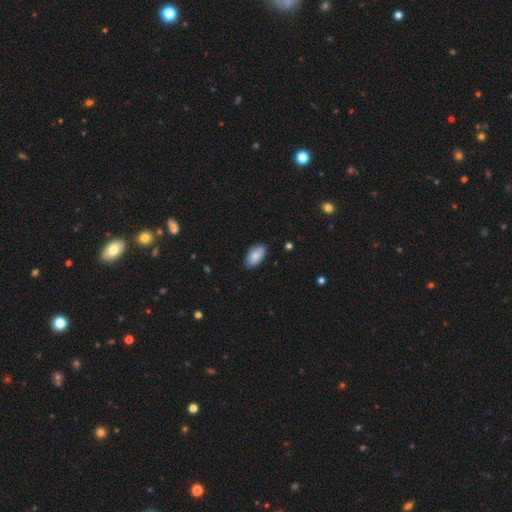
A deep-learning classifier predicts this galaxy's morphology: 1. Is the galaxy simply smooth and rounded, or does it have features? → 85% smooth, 8% featured or disk, 6% star or artifact.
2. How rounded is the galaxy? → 95% in between, 3% round, 2% cigar-shaped.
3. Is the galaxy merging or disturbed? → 84% none, 13% minor disturbance, 2% major disturbance, 1% merger.